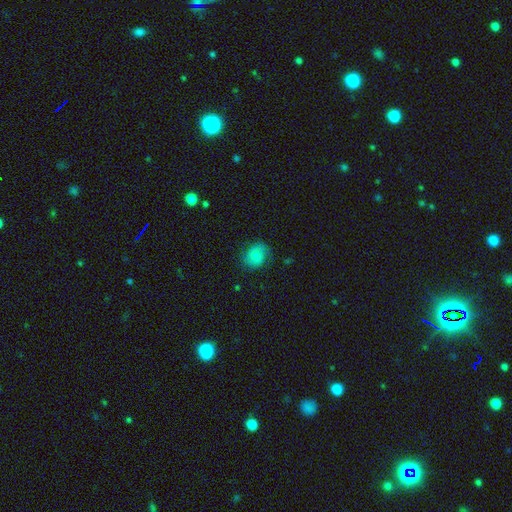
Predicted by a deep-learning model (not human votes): smooth 65%, featured or disk 27%, star or artifact 9%. Down the decision tree: how rounded — round (58%); merging — none (72%).